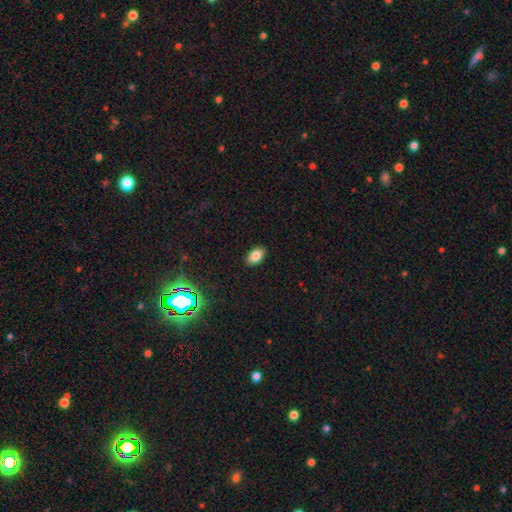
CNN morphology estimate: Smooth or featured?
  - smooth: 82% *
  - star or artifact: 10%
  - featured or disk: 8%
How rounded?
  - in between: 91% *
  - round: 8%
  - cigar-shaped: 2%
Merging?
  - none: 89% *
  - minor disturbance: 8%
  - major disturbance: 2%
  - merger: 1%